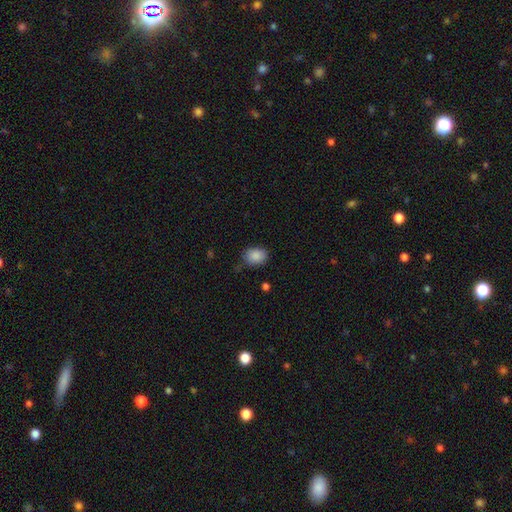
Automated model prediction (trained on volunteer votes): Overall: smooth (88%). How rounded: in between (65%; round 34%). Merging: none (75%).